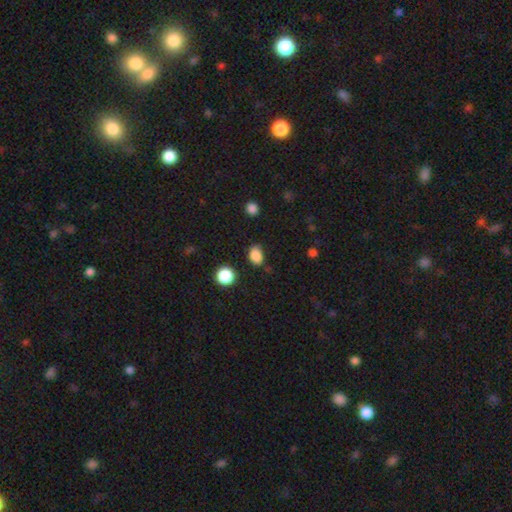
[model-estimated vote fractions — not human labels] Overall: smooth (85%). How rounded: in between (72%). Merging: none (73%).